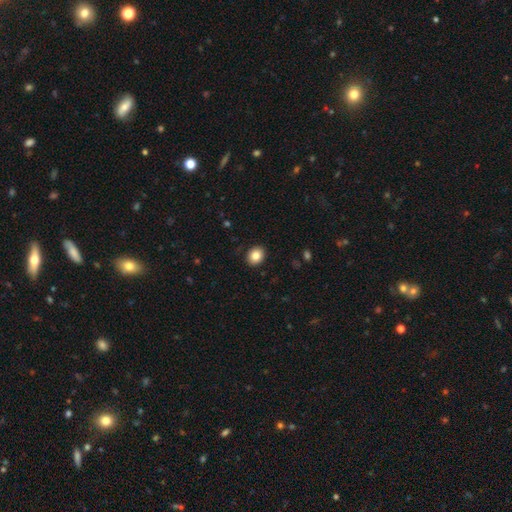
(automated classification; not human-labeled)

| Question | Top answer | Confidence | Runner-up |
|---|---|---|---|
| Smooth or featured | smooth | 84% | star or artifact (9%) |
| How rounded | round | 61% | in between (38%) |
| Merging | none | 91% | minor disturbance (6%) |